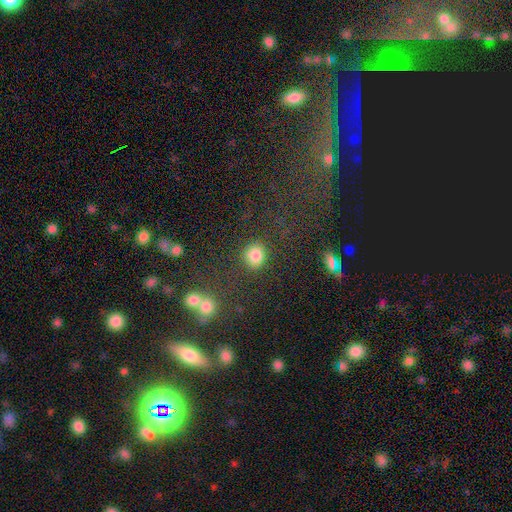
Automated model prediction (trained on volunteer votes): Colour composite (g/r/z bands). It shows a smooth galaxy with no disk features (82%) that is round (73%). Merging: none (81%).